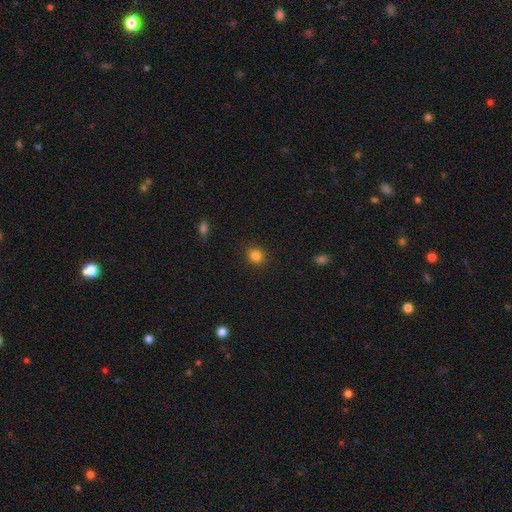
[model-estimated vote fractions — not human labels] The model was most divided on "how rounded": round: 82%, in between: 17%, cigar-shaped: 1%. More confident: merging — none (90%); smooth or featured — smooth (84%).